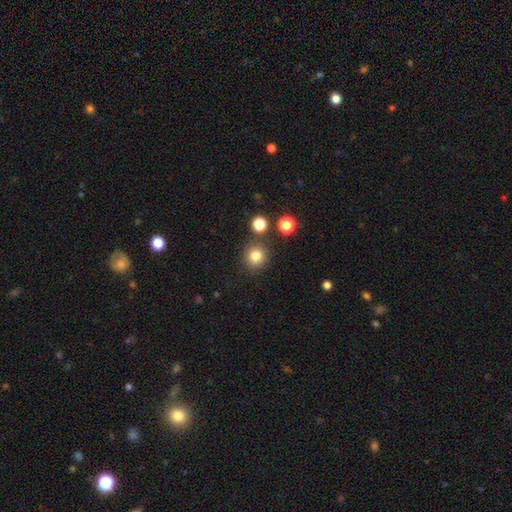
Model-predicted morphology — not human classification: The model was most divided on "smooth or featured": smooth: 81%, star or artifact: 13%, featured or disk: 6%. More confident: how rounded — round (89%); merging — none (82%).